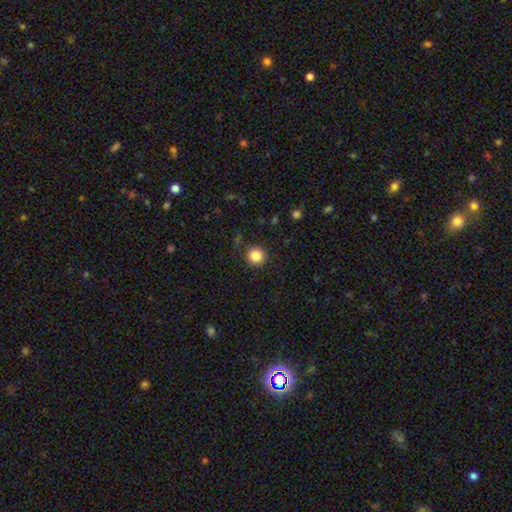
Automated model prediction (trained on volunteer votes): Smooth or featured? smooth (85%)
How rounded? round (95%)
Merging? none (90%)